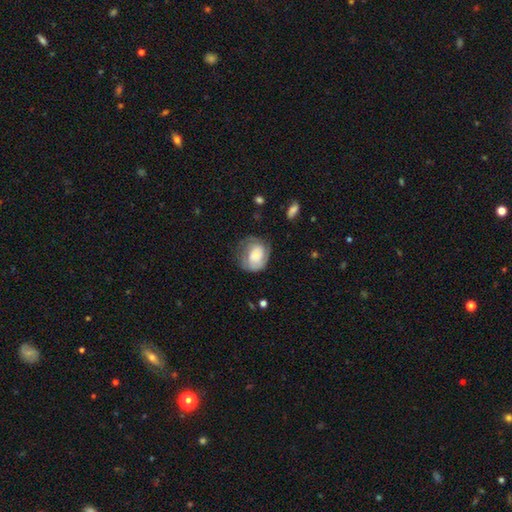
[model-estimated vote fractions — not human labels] This is possibly a featured or disk galaxy (54%). It is clearly not viewed edge-on (97%). Bar: likely no (69%). Spiral arm pattern: clearly yes (82%). Central bulge: marginally small (33%). Merging: possibly none (53%).